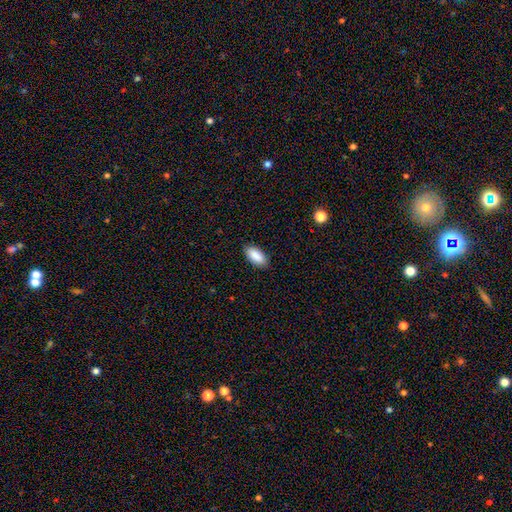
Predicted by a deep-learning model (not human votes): Smooth or featured? smooth (90%)
How rounded? in between (92%)
Merging? none (87%)